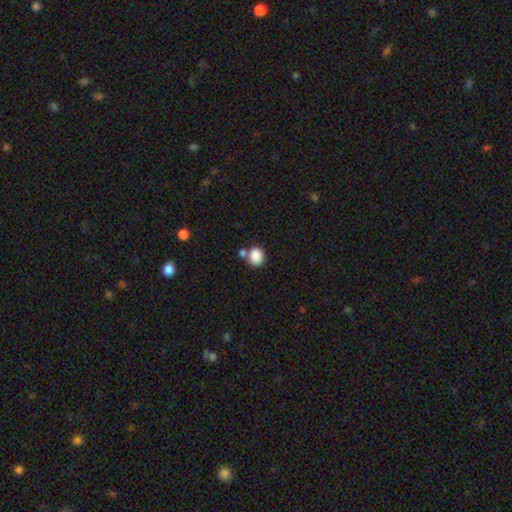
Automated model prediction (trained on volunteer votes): Q: Smooth or featured?
A: smooth (87%); runner-up: star or artifact (9%)
Q: How rounded?
A: round (70%); runner-up: in between (29%)
Q: Merging?
A: none (63%); runner-up: merger (23%)